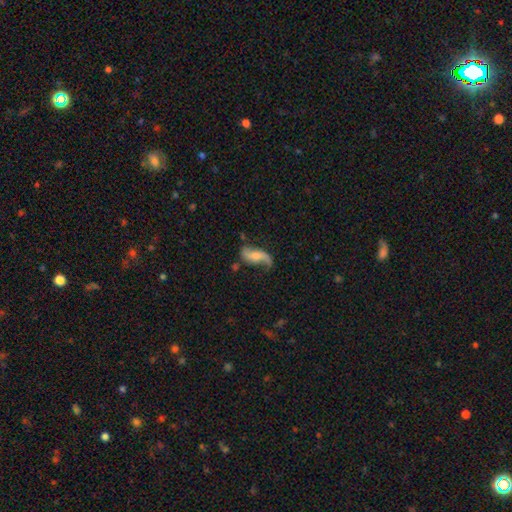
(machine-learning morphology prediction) Overall: featured or disk (71%). Edge-on disk: no (92%). Bar: no (54%; weak 31%). Spiral arms: yes (91%). Spiral arm count: 2 (84%). Spiral winding: loose (80%). Bulge size: moderate (48%; small 40%). Merging: none (58%; minor disturbance 24%).